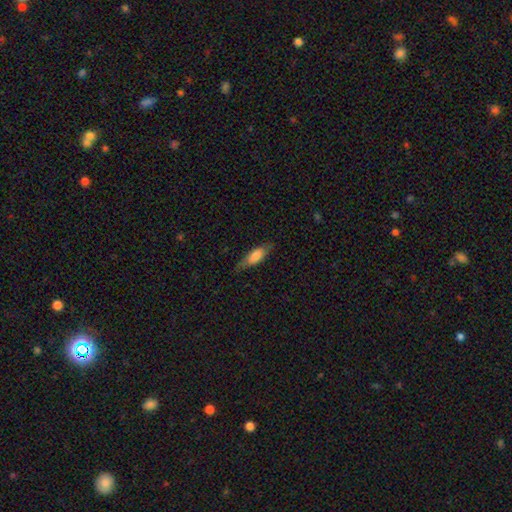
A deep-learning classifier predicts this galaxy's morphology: smooth-or-featured: smooth: 71% | featured or disk: 23% | star or artifact: 6%
  how-rounded: in between: 61% | cigar-shaped: 37% | round: 2%
  merging: none: 72% | minor disturbance: 21% | major disturbance: 5% | merger: 1%